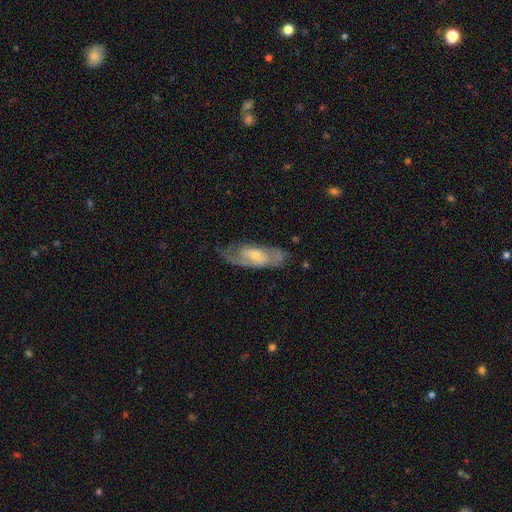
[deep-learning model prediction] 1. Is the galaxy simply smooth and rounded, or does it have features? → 73% featured or disk, 21% smooth, 6% star or artifact.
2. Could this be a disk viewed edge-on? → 84% no, 16% yes.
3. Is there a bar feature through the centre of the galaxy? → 51% no, 39% weak, 11% strong.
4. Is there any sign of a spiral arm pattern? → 82% yes, 18% no.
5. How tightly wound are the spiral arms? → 43% medium, 40% tight, 17% loose.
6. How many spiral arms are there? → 55% 2, 29% can't tell, 10% 1, 3% 3, 1% 4, 1% more than 4.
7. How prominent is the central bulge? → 49% moderate, 45% small, 3% large, 2% none, 1% dominant.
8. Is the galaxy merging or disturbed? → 65% none, 23% minor disturbance, 11% major disturbance, 2% merger.